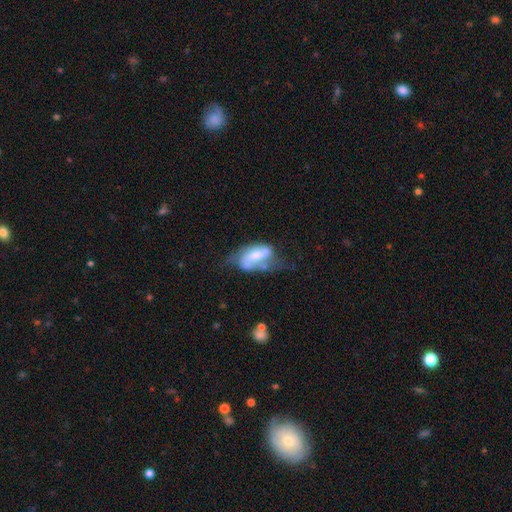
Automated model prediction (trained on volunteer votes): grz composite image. It shows a featured or disk galaxy (62%) with no bar (40%), spiral arms (75%) and a moderate central bulge (50%). Merging: none (32%).